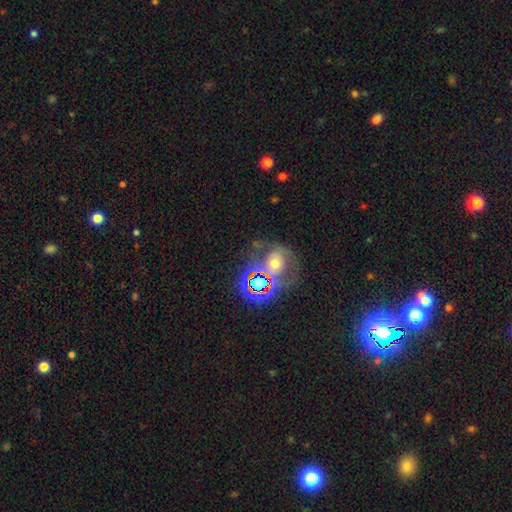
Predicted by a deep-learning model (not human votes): A star or artifact, not a galaxy (39%, tied with featured or disk).